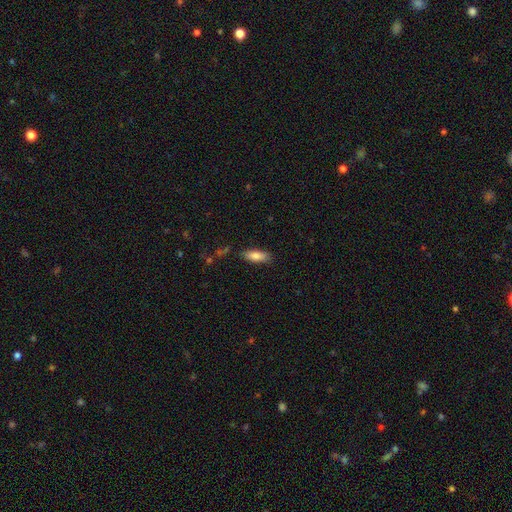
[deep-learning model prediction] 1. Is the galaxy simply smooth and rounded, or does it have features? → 82% smooth, 12% featured or disk, 7% star or artifact.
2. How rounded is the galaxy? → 70% in between, 28% cigar-shaped, 2% round.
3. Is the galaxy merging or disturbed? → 81% none, 14% minor disturbance, 3% major disturbance, 2% merger.